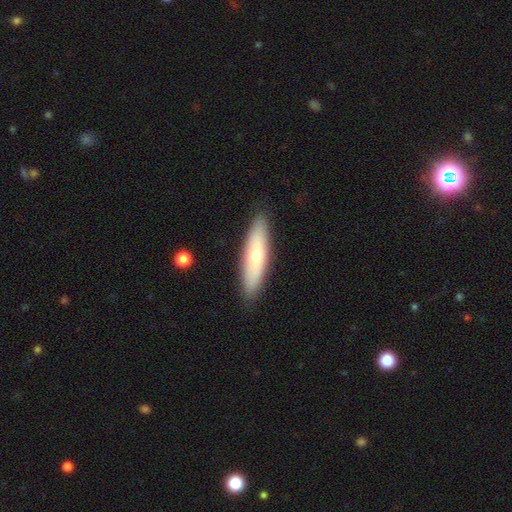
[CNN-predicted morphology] smooth-or-featured: smooth: 57% | featured or disk: 37% | star or artifact: 6%
  how-rounded: cigar-shaped: 67% | in between: 31% | round: 2%
  merging: none: 89% | minor disturbance: 8% | major disturbance: 2% | merger: 1%